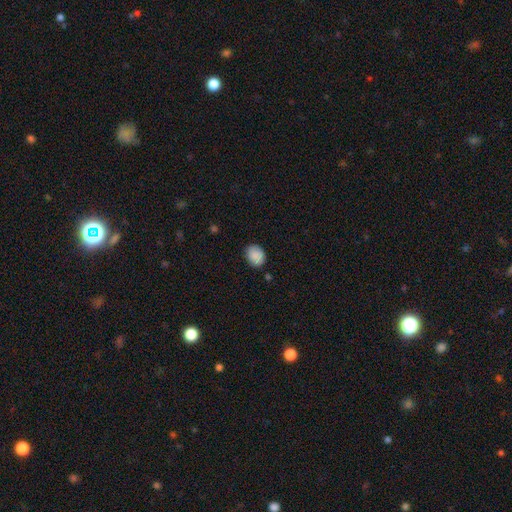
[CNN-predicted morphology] Smooth or featured: smooth — 88% (star or artifact — 7%)
How rounded: round — 51% (in between — 48%)
Merging: none — 83% (minor disturbance — 13%)